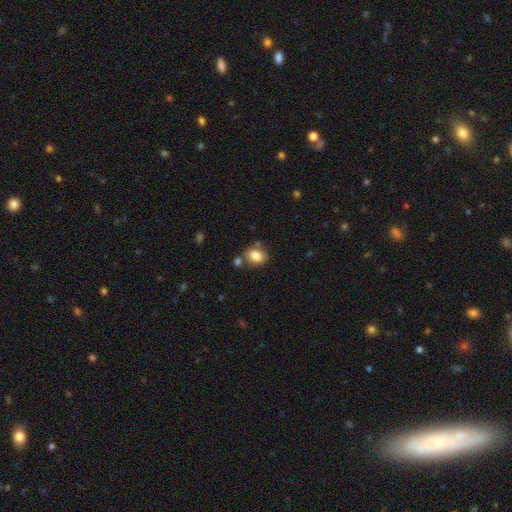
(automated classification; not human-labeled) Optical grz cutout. It shows a smooth galaxy with no disk features (82%) that is in between round and cigar-shaped (61%). Merging: none (66%).